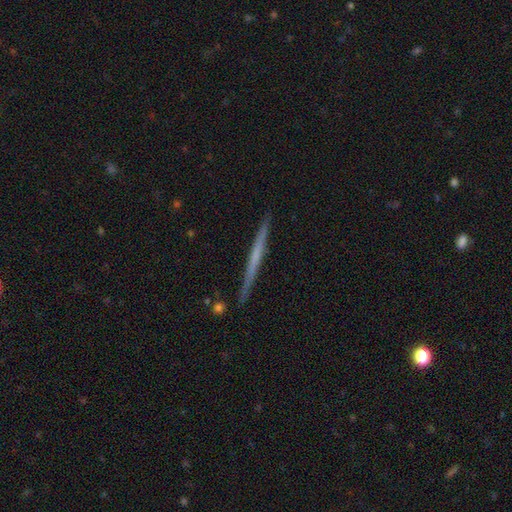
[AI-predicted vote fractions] Q: Smooth or featured?
A: featured or disk (58%); runner-up: smooth (37%)
Q: Edge-on disk?
A: yes (98%); runner-up: no (2%)
Q: Edge-on bulge?
A: none (86%); runner-up: rounded (10%)
Q: Merging?
A: none (90%); runner-up: minor disturbance (7%)